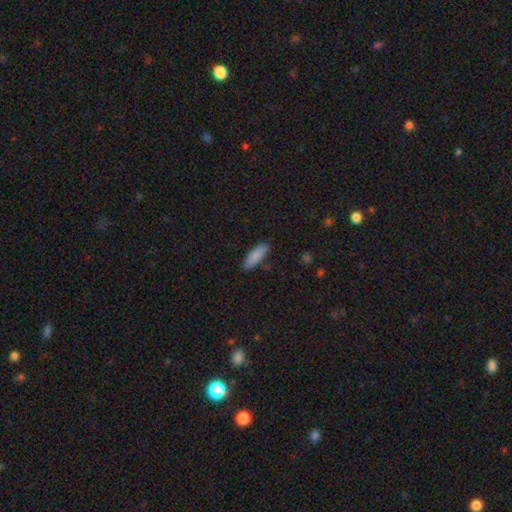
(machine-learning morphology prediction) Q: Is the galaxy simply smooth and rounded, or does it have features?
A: smooth — 88%.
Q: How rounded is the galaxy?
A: in between — 59%.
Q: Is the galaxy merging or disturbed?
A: none — 83%.